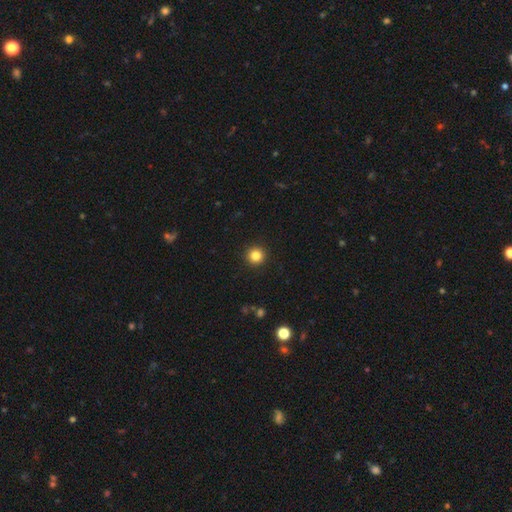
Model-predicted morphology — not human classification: A smooth galaxy with no disk features (83%) that is round (96%). Merging: none (93%).